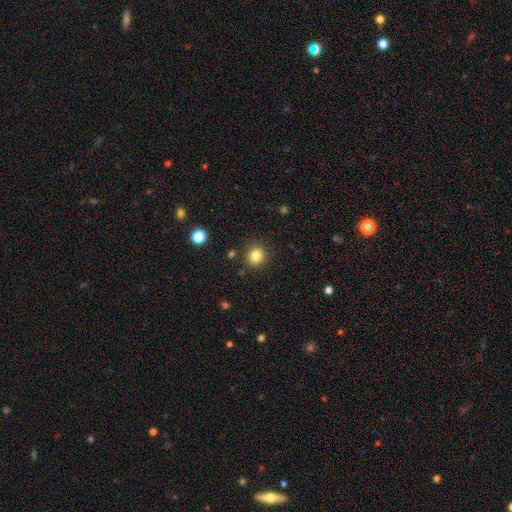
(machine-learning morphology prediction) Overall: smooth (83%). How rounded: round (87%). Merging: none (88%).